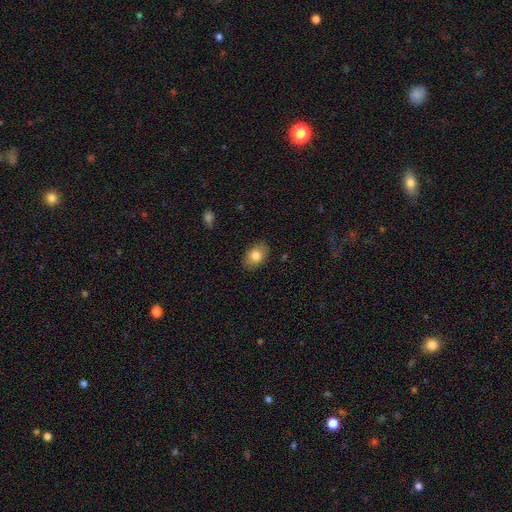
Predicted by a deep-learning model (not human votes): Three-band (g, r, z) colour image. It shows a smooth galaxy with no disk features (80%) that is in between round and cigar-shaped (86%). Merging: none (87%).